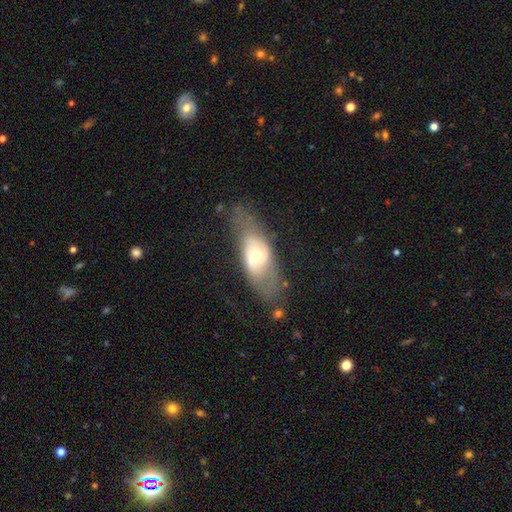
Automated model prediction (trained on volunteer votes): A smooth galaxy with no disk features (47%). Merging: none (53%).